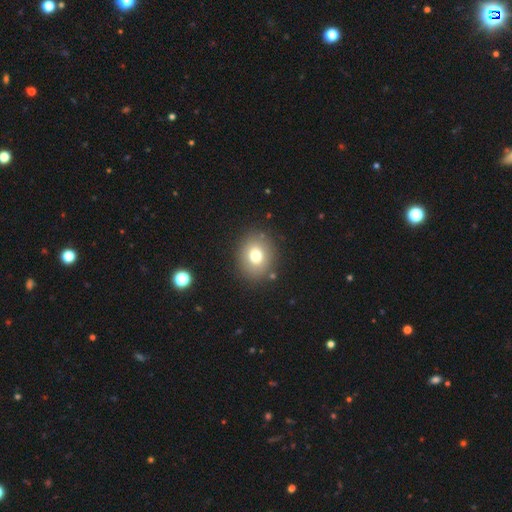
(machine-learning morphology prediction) Q: Smooth or featured?
A: smooth (75%); runner-up: featured or disk (13%)
Q: How rounded?
A: round (67%); runner-up: in between (32%)
Q: Merging?
A: none (86%); runner-up: minor disturbance (8%)